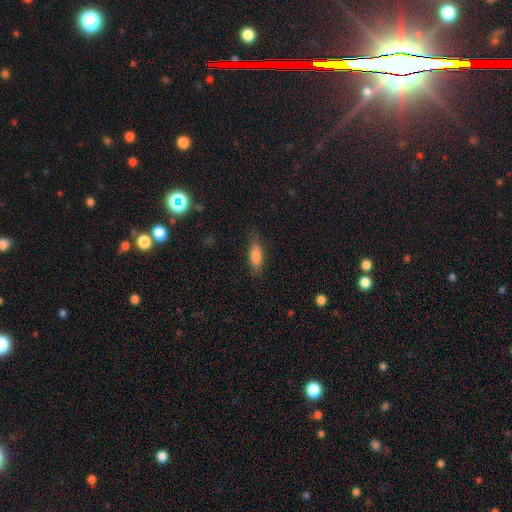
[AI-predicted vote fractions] Overall: smooth (81%). How rounded: in between (67%; cigar-shaped 31%). Merging: none (75%).